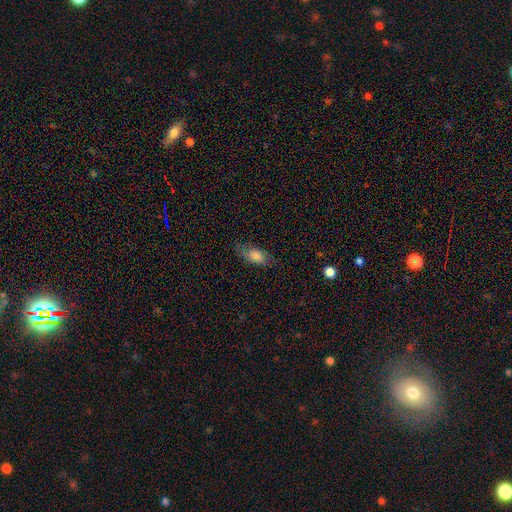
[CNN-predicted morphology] A smooth galaxy with no disk features (72%) that is in between round and cigar-shaped (80%).

Vote fractions:
- Smooth or featured? smooth: 72% / featured or disk: 19% / star or artifact: 8%
- How rounded? in between: 80% / cigar-shaped: 16% / round: 4%
- Merging? none: 71% / minor disturbance: 21% / major disturbance: 7% / merger: 1%